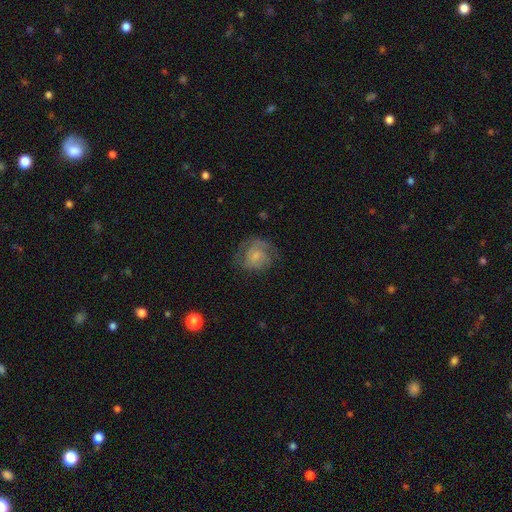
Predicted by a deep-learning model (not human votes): This is possibly a featured or disk galaxy (53%). It is clearly not viewed edge-on (98%). Bar: likely no (63%). Spiral arm pattern: clearly yes (82%). Central bulge: possibly small (50%). Merging: likely none (61%).